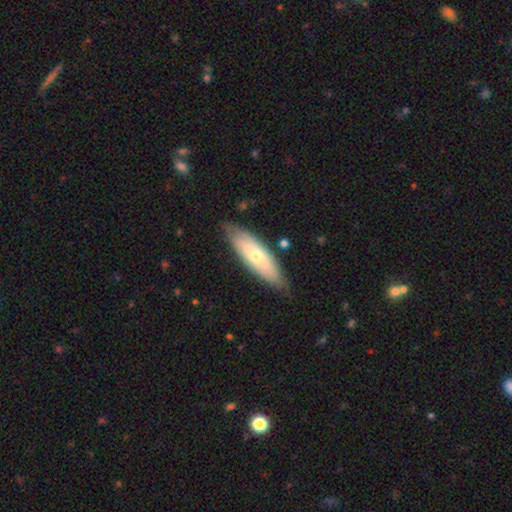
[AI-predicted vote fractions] smooth_or_featured: smooth (p=0.53) [alt: featured or disk p=0.41]
how_rounded: cigar-shaped (p=0.51) [alt: in between p=0.48]
merging: none (p=0.80) [alt: minor disturbance p=0.15]